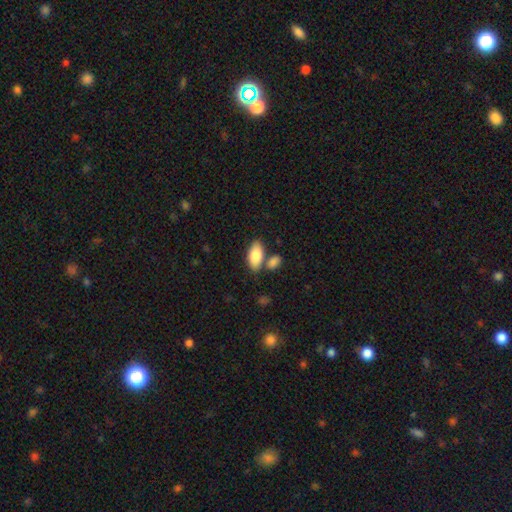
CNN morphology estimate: smooth 85%, featured or disk 9%, star or artifact 6%. Down the decision tree: how rounded — in between (92%); merging — none (63%).